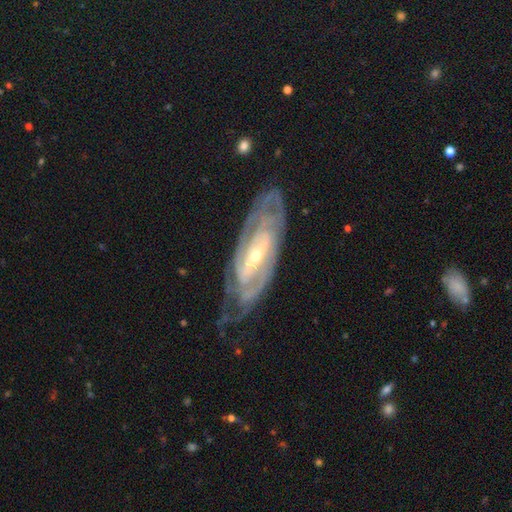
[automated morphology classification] A featured or disk galaxy (87%) with a strong bar (40%), tight (69%) spiral arms (94%) and a small central bulge (69%).

Vote fractions:
- Smooth or featured? featured or disk: 87% / smooth: 7% / star or artifact: 5%
- Edge-on disk? no: 89% / yes: 11%
- Bar? strong: 40% / weak: 34% / no: 25%
- Spiral arms? yes: 94% / no: 6%
- Spiral winding? tight: 69% / medium: 25% / loose: 6%
- Spiral arm count? can't tell: 36% / 2: 32% / 3: 12% / 4: 9% / more than 4: 6% / 1: 5%
- Bulge size? small: 69% / moderate: 28% / large: 2% / none: 1% / dominant: 1%
- Merging? none: 69% / minor disturbance: 21% / major disturbance: 9% / merger: 2%